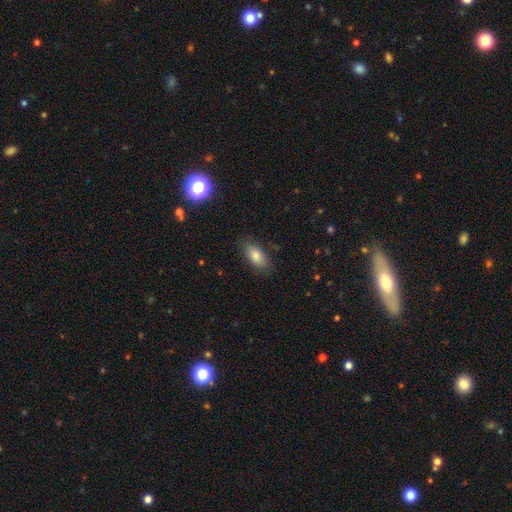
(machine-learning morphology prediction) smooth_or_featured: smooth (p=0.82) [alt: featured or disk p=0.10]
how_rounded: in between (p=0.88) [alt: cigar-shaped p=0.08]
merging: none (p=0.84) [alt: minor disturbance p=0.12]